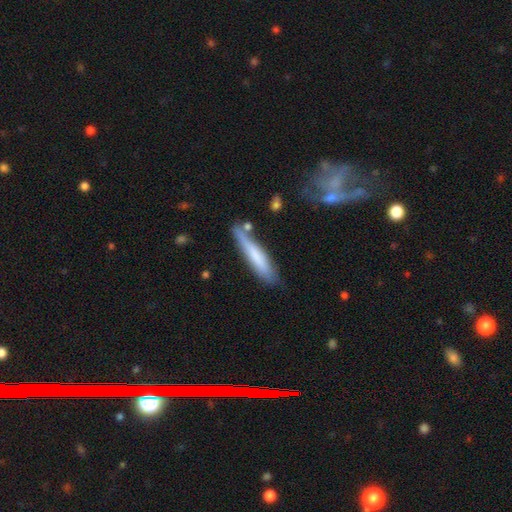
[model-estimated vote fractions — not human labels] Q: Smooth or featured?
A: smooth (67%); runner-up: featured or disk (28%)
Q: How rounded?
A: cigar-shaped (91%); runner-up: in between (8%)
Q: Merging?
A: none (70%); runner-up: minor disturbance (19%)